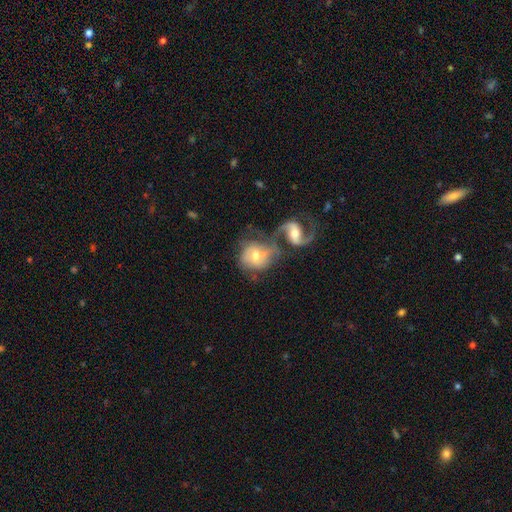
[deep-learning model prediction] The model was most divided on "bar": weak: 43%, no: 42%, strong: 15%. Remaining: edge-on disk — no (97%); spiral arms — yes (83%); spiral arm count — 2 (77%); bulge size — moderate (69%); smooth or featured — featured or disk (64%); merging — merger (60%); spiral winding — medium (43%).